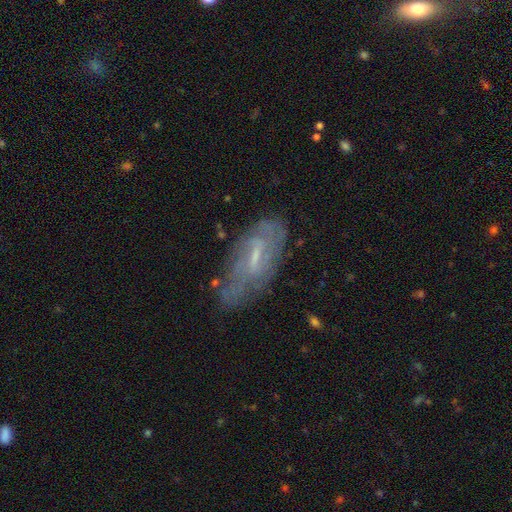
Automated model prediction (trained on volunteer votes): Morphology: type=featured or disk (65%); edge-on=no (85%); bar=weak (54%); spiral arms=yes (64%); bulge=small (54%); merging=none (63%).